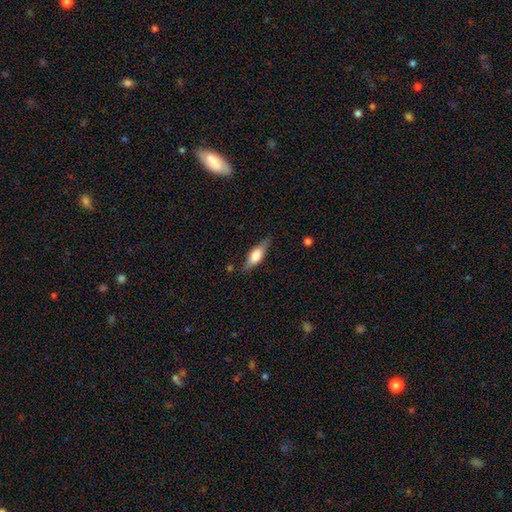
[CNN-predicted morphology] This is possibly a smooth galaxy (56%). How rounded: possibly in between (60%). Merging: likely none (74%).